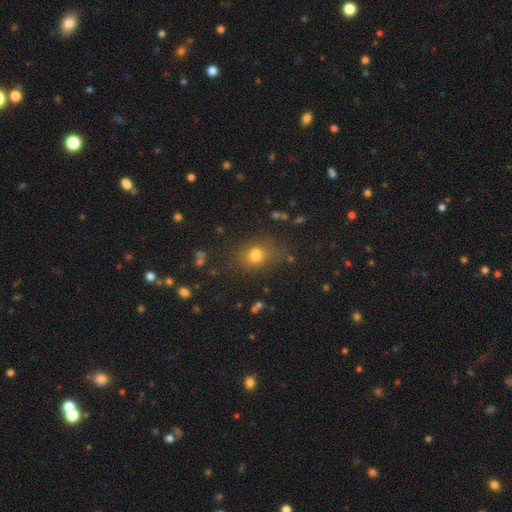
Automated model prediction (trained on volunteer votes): A smooth galaxy with no disk features (71%) that is in between round and cigar-shaped (52%). Merging: none (71%).